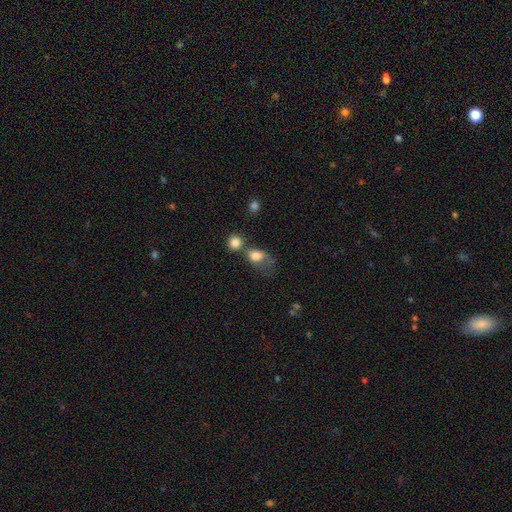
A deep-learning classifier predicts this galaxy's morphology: smooth-or-featured: smooth: 79% | featured or disk: 11% | star or artifact: 10%
  how-rounded: in between: 56% | round: 42% | cigar-shaped: 2%
  merging: merger: 36% | major disturbance: 24% | none: 23% | minor disturbance: 17%